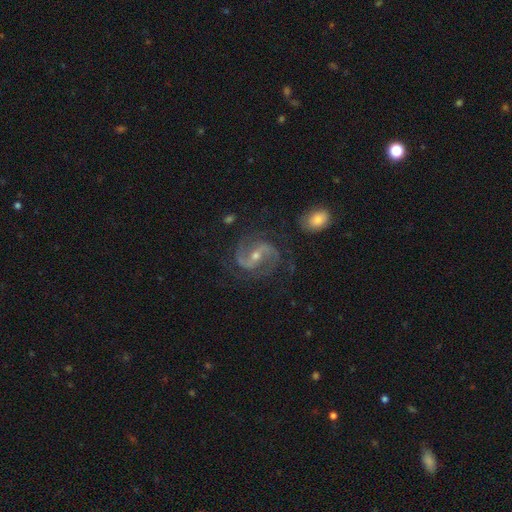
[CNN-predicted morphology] Smooth or featured? Predicted: featured or disk (p=0.91). Edge-on disk? Predicted: no (p=0.98). Bar? Predicted: strong (p=0.40). Spiral arms? Predicted: yes (p=0.98). Spiral winding? Predicted: medium (p=0.59). Spiral arm count? Predicted: 2 (p=0.91). Bulge size? Predicted: small (p=0.53). Merging? Predicted: none (p=0.76).